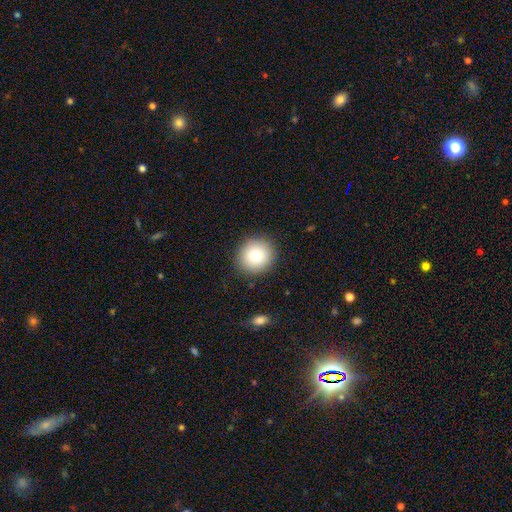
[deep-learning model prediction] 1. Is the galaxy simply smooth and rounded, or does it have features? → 82% smooth, 9% star or artifact, 9% featured or disk.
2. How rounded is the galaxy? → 91% round, 8% in between, 1% cigar-shaped.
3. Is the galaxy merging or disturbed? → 90% none, 7% minor disturbance, 2% major disturbance, 1% merger.